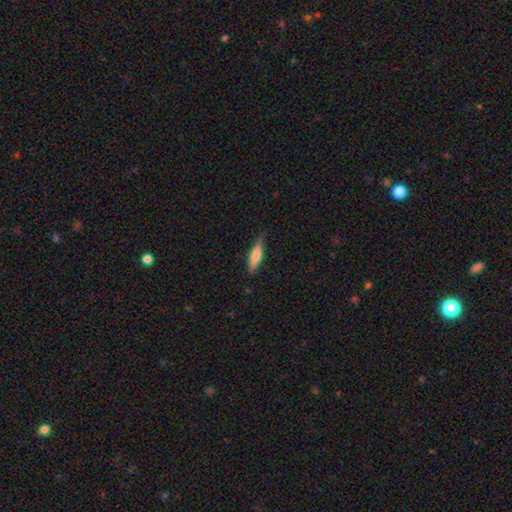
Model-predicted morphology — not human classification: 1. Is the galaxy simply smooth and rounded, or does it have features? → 66% smooth, 28% featured or disk, 6% star or artifact.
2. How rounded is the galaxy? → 70% cigar-shaped, 28% in between, 2% round.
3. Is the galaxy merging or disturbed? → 79% none, 17% minor disturbance, 3% major disturbance, 1% merger.